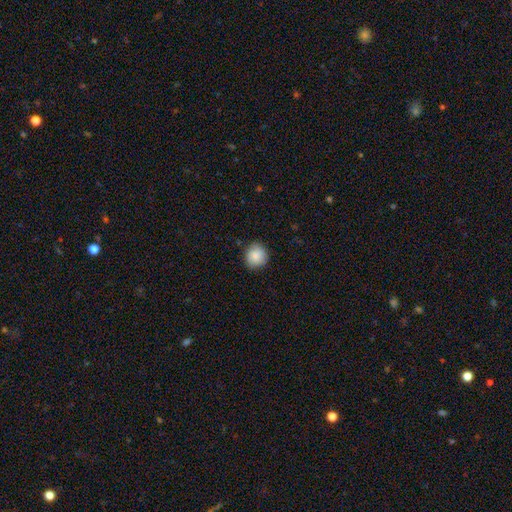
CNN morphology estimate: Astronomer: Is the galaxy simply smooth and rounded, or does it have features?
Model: smooth — 87%.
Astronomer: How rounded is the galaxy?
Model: round — 90%.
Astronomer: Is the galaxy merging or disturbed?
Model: none — 85%.